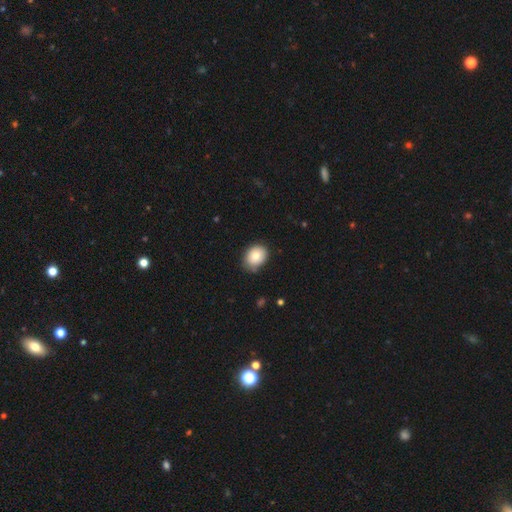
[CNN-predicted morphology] A smooth galaxy with no disk features (80%) that is round (58%). Merging: none (77%).